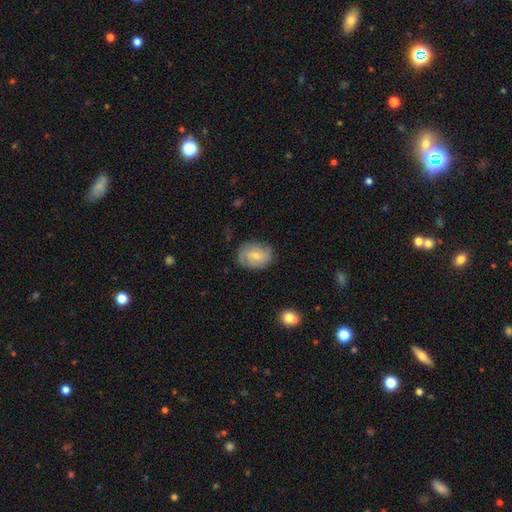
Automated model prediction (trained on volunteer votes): This is likely a smooth galaxy (62%). How rounded: likely in between (65%). Merging: likely none (75%).